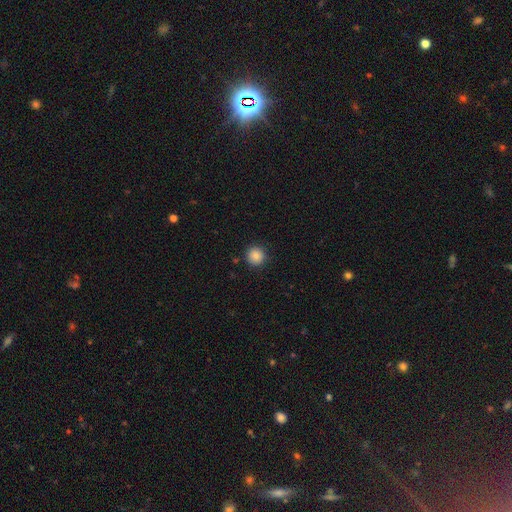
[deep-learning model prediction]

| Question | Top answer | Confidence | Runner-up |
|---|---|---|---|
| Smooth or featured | smooth | 87% | star or artifact (10%) |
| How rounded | round | 94% | in between (5%) |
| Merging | none | 90% | minor disturbance (7%) |